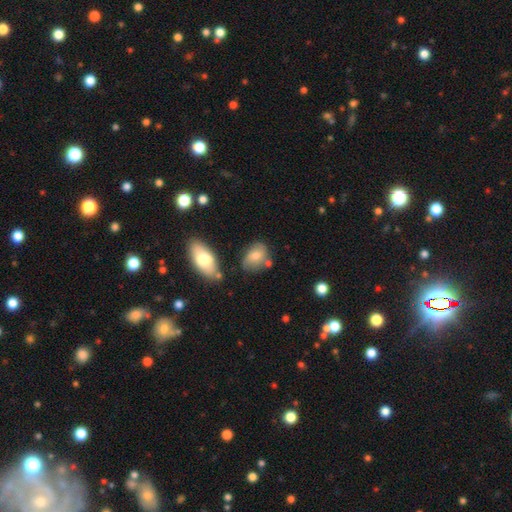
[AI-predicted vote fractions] Smooth or featured?
  - smooth: 66% *
  - featured or disk: 25%
  - star or artifact: 9%
How rounded?
  - in between: 74% *
  - round: 24%
  - cigar-shaped: 2%
Merging?
  - none: 61% *
  - minor disturbance: 23%
  - merger: 9%
  - major disturbance: 7%